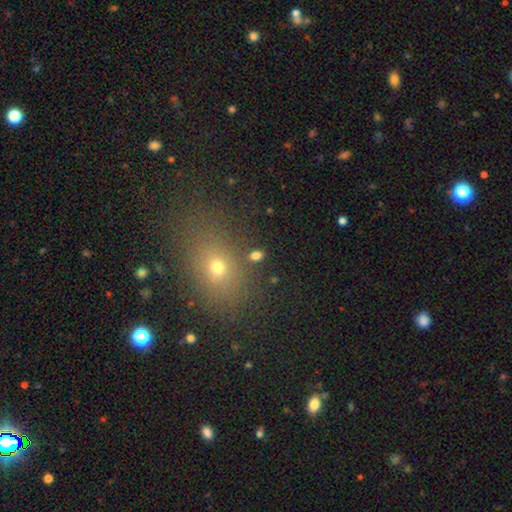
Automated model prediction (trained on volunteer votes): A smooth galaxy with no disk features (74%) that is in between round and cigar-shaped (69%). Merging: none (81%).